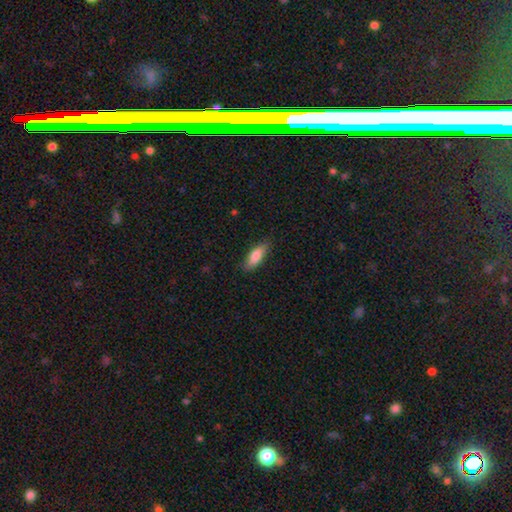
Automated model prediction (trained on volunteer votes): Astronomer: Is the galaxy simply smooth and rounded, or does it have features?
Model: smooth — 85%.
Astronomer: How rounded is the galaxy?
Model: in between — 65%.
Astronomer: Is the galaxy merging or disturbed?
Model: none — 81%.